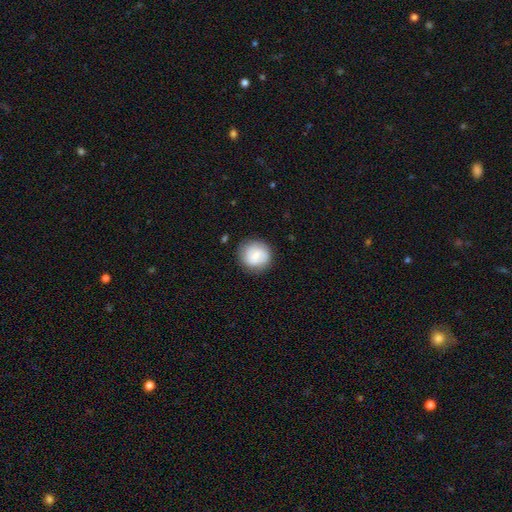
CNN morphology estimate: Smooth or featured: smooth — 72% (featured or disk — 21%)
How rounded: round — 90% (in between — 9%)
Merging: none — 82% (minor disturbance — 13%)